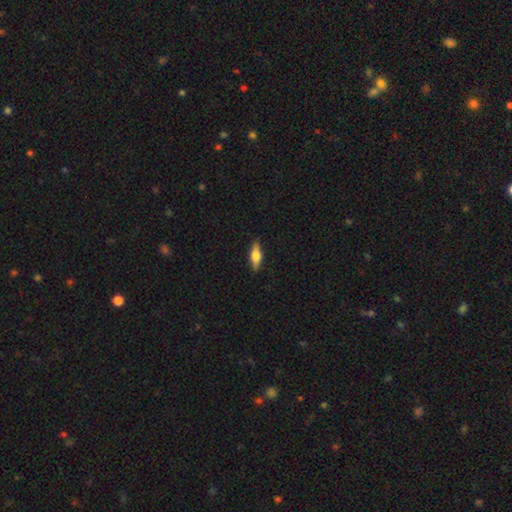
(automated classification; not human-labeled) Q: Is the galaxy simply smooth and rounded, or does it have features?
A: smooth — 54%.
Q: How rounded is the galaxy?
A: in between — 53%.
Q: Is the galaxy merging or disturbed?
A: none — 88%.